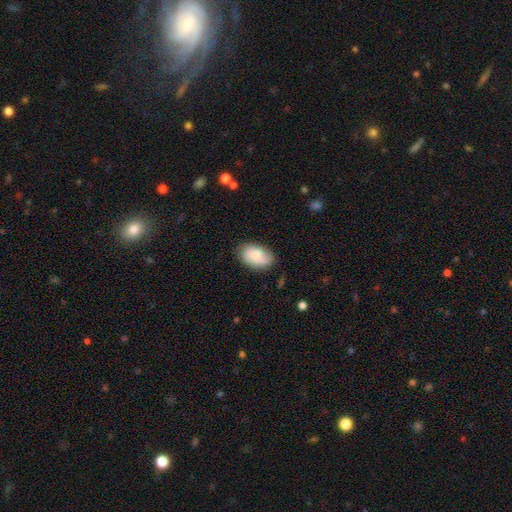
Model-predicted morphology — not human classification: Smooth or featured: smooth — 64% (featured or disk — 28%)
How rounded: in between — 88% (round — 10%)
Merging: none — 73% (minor disturbance — 20%)